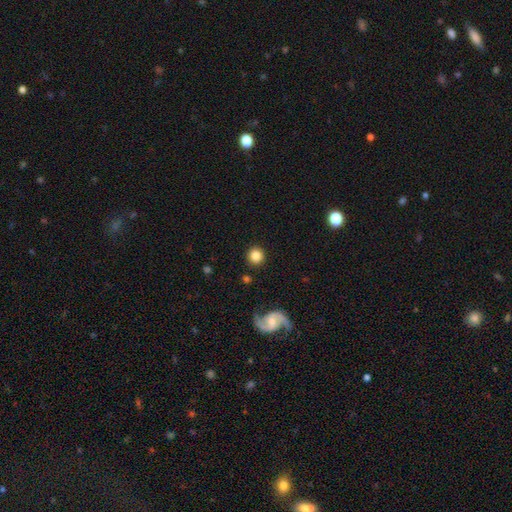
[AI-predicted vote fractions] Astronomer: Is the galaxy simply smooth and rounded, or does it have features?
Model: smooth — 81%.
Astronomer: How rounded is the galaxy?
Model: round — 92%.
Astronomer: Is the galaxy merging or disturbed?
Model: none — 89%.